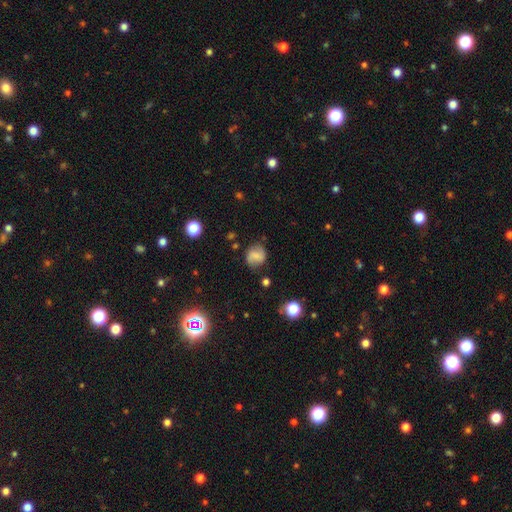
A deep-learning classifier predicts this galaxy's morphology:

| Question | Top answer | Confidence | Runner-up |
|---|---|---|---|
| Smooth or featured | smooth | 51% | featured or disk (38%) |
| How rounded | round | 73% | in between (26%) |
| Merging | none | 73% | minor disturbance (18%) |